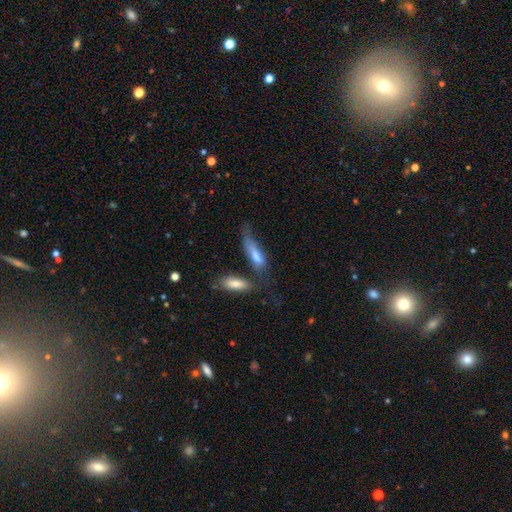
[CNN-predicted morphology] This is likely a smooth galaxy (64%). How rounded: possibly cigar-shaped (53%). Merging: marginally none (30%).